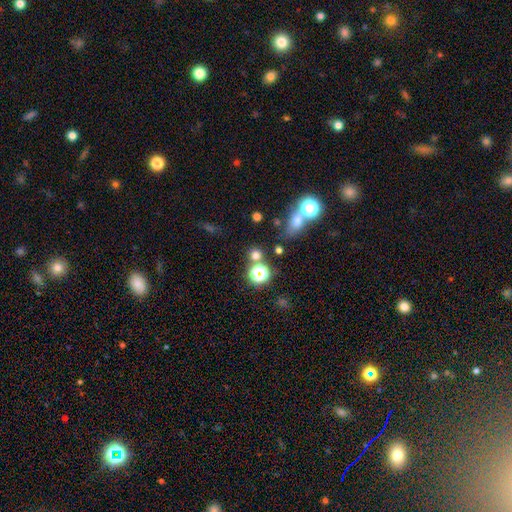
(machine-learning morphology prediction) Q: Smooth or featured?
A: smooth (64%); runner-up: star or artifact (29%)
Q: How rounded?
A: round (86%); runner-up: in between (12%)
Q: Merging?
A: none (71%); runner-up: merger (16%)